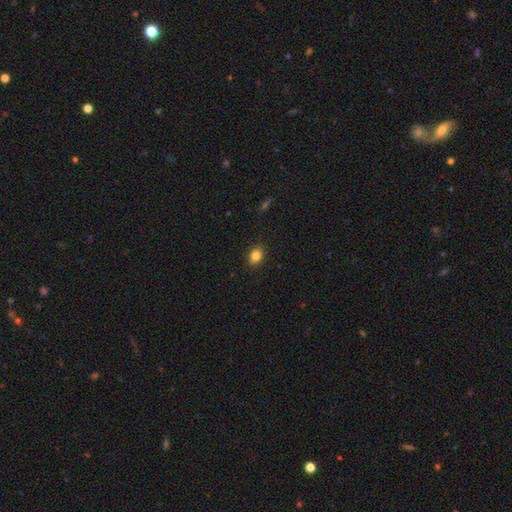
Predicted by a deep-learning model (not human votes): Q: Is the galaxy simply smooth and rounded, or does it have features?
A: smooth — 83%.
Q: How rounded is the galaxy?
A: in between — 64%.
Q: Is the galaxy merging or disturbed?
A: none — 89%.